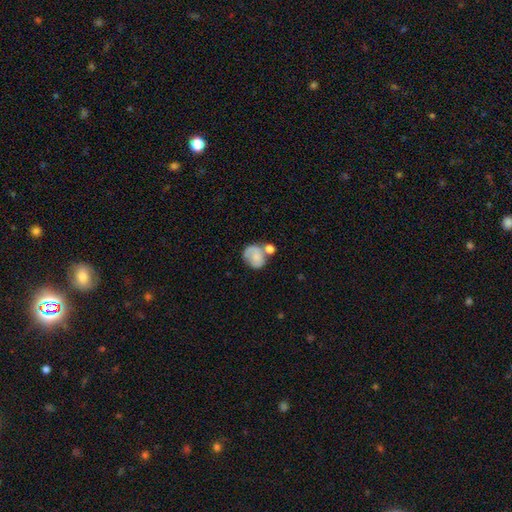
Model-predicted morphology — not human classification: Smooth or featured: smooth — 51% (featured or disk — 40%)
How rounded: round — 64% (in between — 35%)
Merging: none — 40% (merger — 25%)